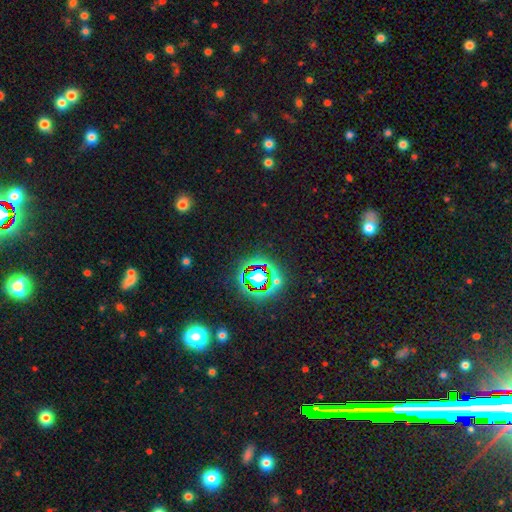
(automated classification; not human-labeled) A star or artifact, not a galaxy (81%).

Vote fractions:
- Smooth or featured? star or artifact: 81% / smooth: 11% / featured or disk: 8%